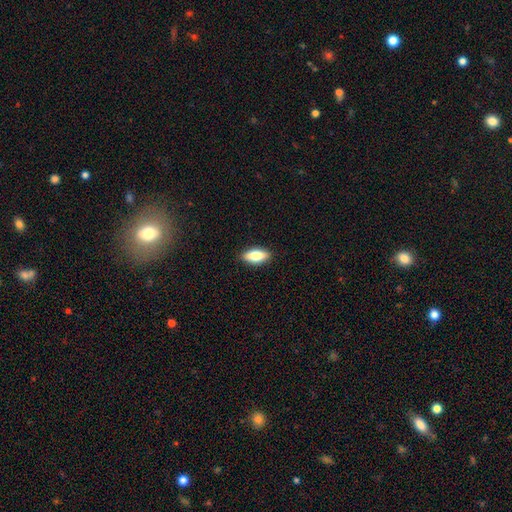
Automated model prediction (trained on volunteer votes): Morphology: type=smooth (73%); roundness=in between (81%); merging=none (89%).